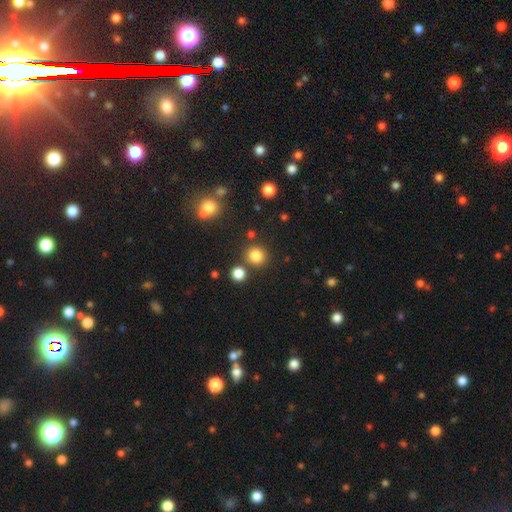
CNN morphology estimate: type=smooth (82%); roundness=round (90%); merging=none (81%).